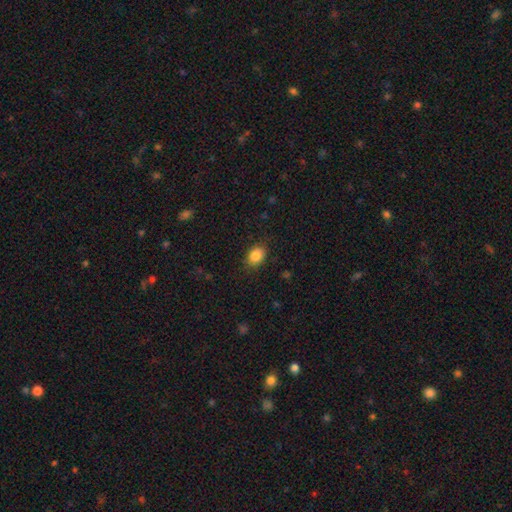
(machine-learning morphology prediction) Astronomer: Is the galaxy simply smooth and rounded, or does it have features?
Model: smooth — 86%.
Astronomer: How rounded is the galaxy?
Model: in between — 68%.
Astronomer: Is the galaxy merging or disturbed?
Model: none — 85%.